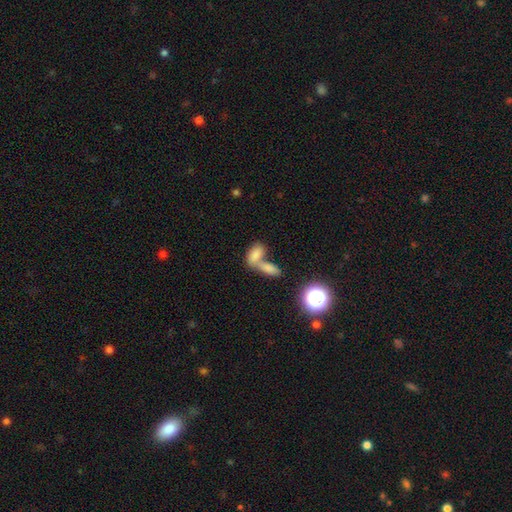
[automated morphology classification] This is likely a smooth galaxy (77%). How rounded: clearly in between (85%). Merging: likely merger (67%).